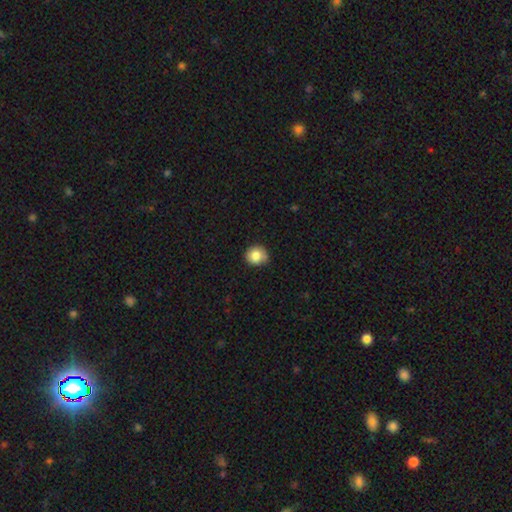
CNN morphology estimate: The model was most divided on "merging": none: 78%, minor disturbance: 18%, major disturbance: 3%, merger: 1%. More confident: how rounded — round (85%); smooth or featured — smooth (83%).